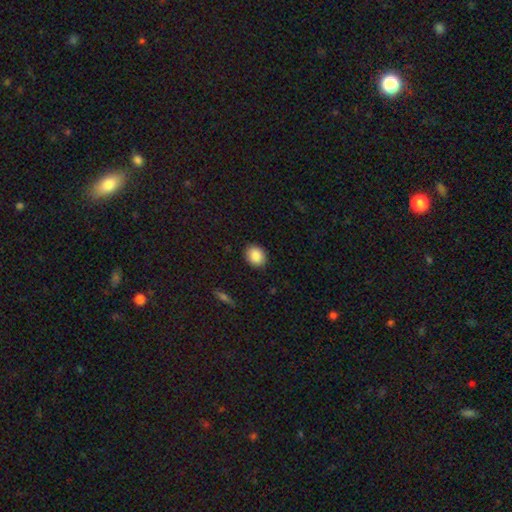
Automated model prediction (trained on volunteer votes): Smooth or featured? Predicted: smooth (p=0.88). How rounded? Predicted: round (p=0.51). Merging? Predicted: none (p=0.90).